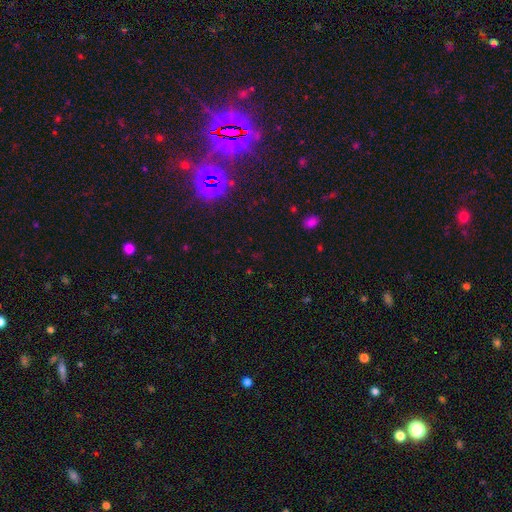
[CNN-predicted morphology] Smooth or featured? Predicted: star or artifact (p=0.66).